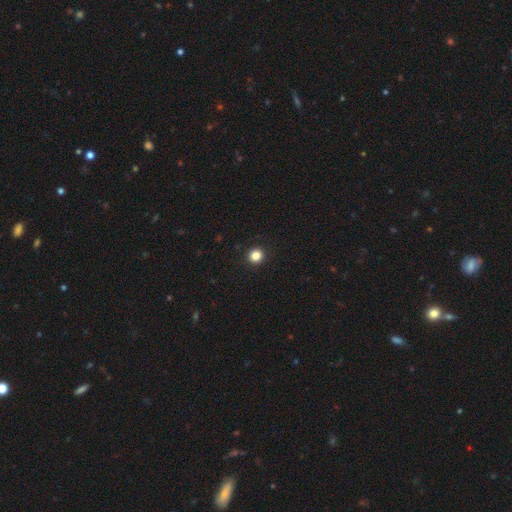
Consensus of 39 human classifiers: This is clearly a smooth galaxy (95%). How rounded: clearly round (84%). Merging: clearly none (92%).